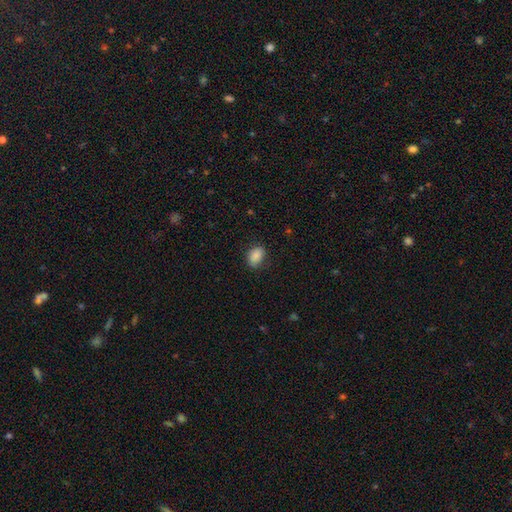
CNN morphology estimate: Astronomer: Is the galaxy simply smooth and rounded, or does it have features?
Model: smooth — 85%.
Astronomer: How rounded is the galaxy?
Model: in between — 78%.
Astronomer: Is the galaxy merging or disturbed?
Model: none — 79%.